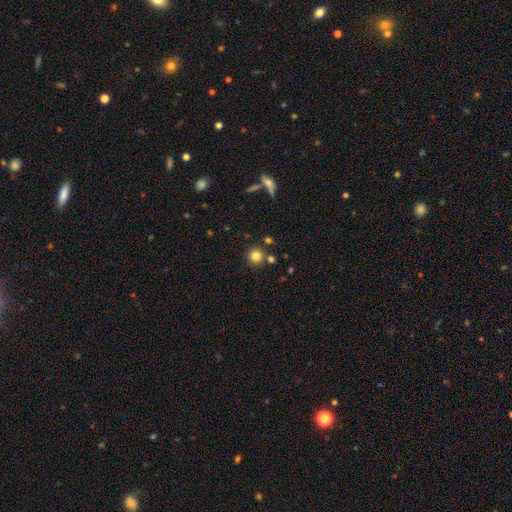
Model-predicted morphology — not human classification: type=smooth (81%); roundness=round (93%); merging=none (83%).